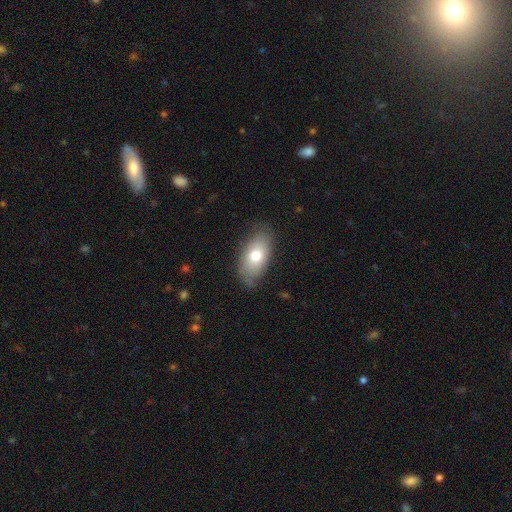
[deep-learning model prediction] smooth 72%, featured or disk 21%, star or artifact 7%. Down the decision tree: how rounded — in between (92%); merging — none (76%).